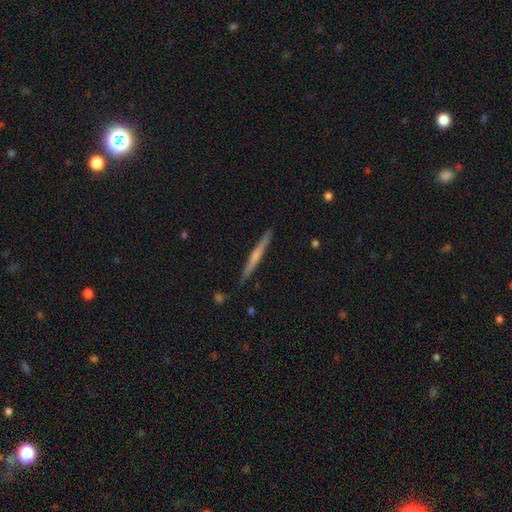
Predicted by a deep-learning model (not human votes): Morphology: type=featured or disk (57%); edge-on=yes (97%); edge-on bulge=rounded (47%); merging=none (90%).